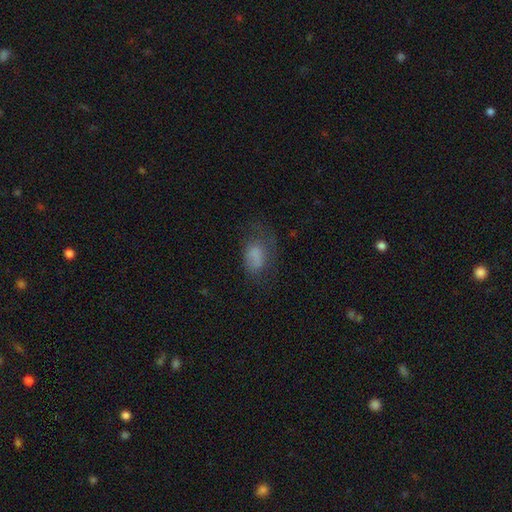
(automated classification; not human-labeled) This appears to be a smooth galaxy with no disk features (68%) that is in between round and cigar-shaped (84%). Merging: none (39%).